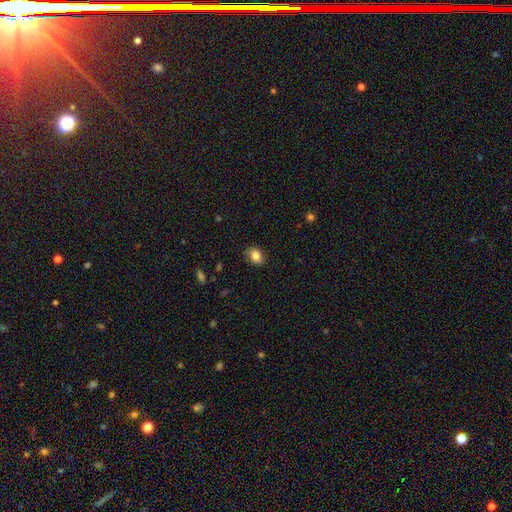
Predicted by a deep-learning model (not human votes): smooth_or_featured: smooth (p=0.83) [alt: star or artifact p=0.09]
how_rounded: in between (p=0.65) [alt: round p=0.34]
merging: none (p=0.83) [alt: minor disturbance p=0.13]